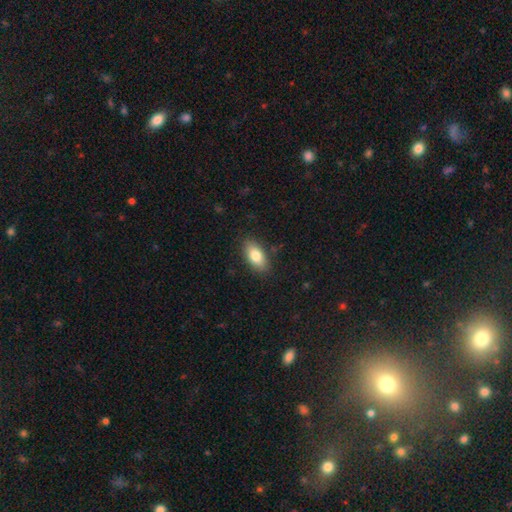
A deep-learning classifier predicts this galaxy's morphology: Smooth or featured: smooth — 82% (featured or disk — 12%)
How rounded: in between — 90% (cigar-shaped — 6%)
Merging: none — 86% (minor disturbance — 11%)